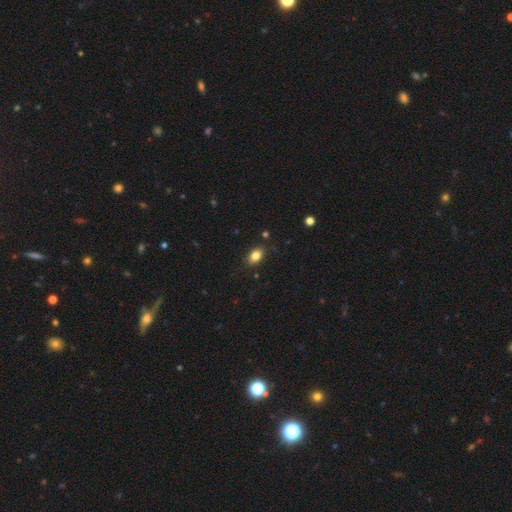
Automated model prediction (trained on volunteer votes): Smooth or featured? smooth (83%)
How rounded? in between (85%)
Merging? none (85%)